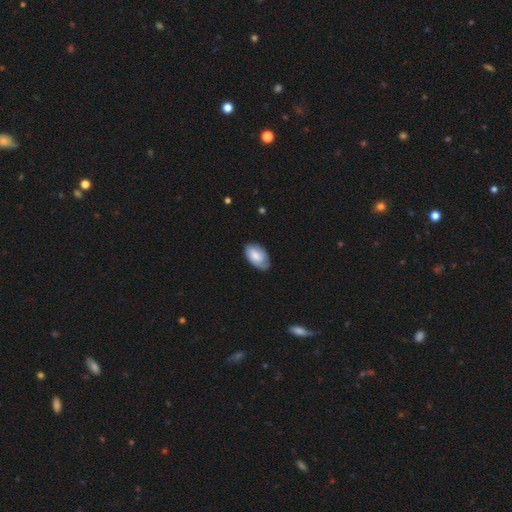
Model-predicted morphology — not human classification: A smooth galaxy with no disk features (66%) that is in between round and cigar-shaped (94%).

Vote fractions:
- Smooth or featured? smooth: 66% / featured or disk: 27% / star or artifact: 6%
- How rounded? in between: 94% / round: 5% / cigar-shaped: 2%
- Merging? none: 64% / minor disturbance: 28% / major disturbance: 7% / merger: 1%